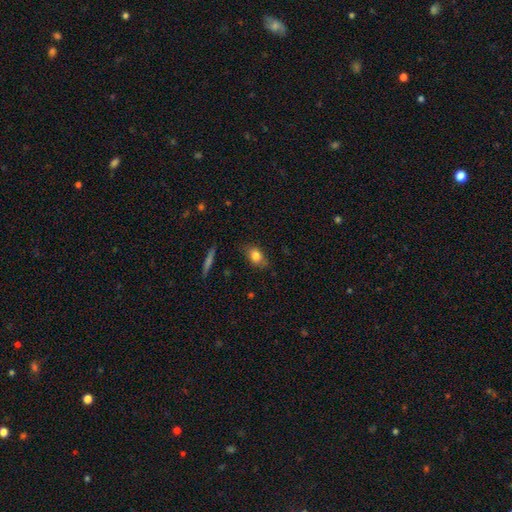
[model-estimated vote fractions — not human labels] Q: Smooth or featured?
A: smooth (80%); runner-up: featured or disk (12%)
Q: How rounded?
A: in between (75%); runner-up: round (19%)
Q: Merging?
A: none (77%); runner-up: minor disturbance (18%)